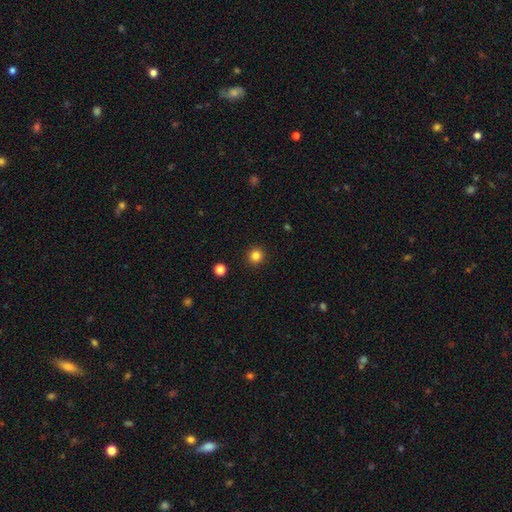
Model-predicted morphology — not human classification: This is clearly a smooth galaxy (84%). How rounded: clearly round (94%). Merging: clearly none (93%).